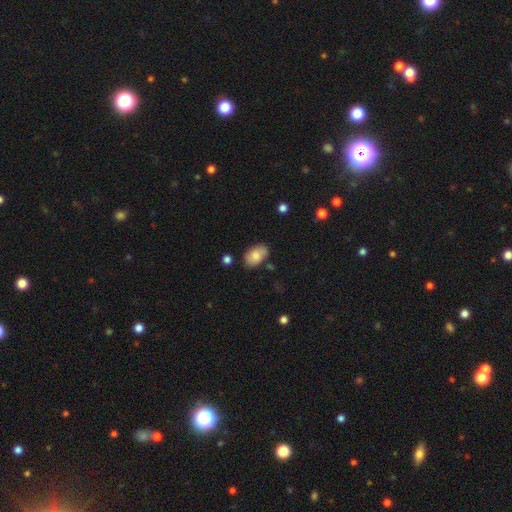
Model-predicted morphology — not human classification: Overall: smooth (75%). How rounded: in between (88%). Merging: none (71%).